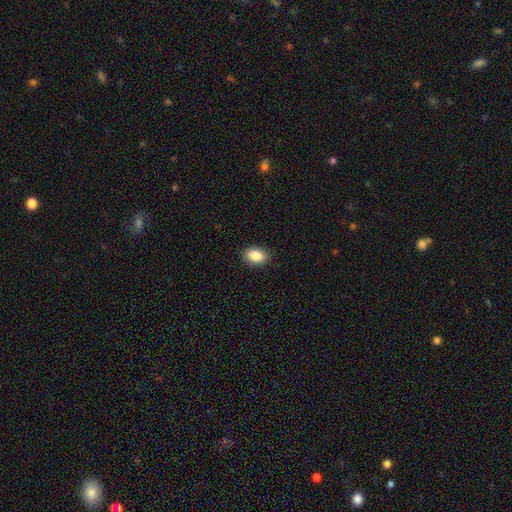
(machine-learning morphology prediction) smooth-or-featured: smooth: 87% | star or artifact: 8% | featured or disk: 5%
  how-rounded: in between: 83% | round: 15% | cigar-shaped: 2%
  merging: none: 88% | minor disturbance: 9% | major disturbance: 2% | merger: 1%